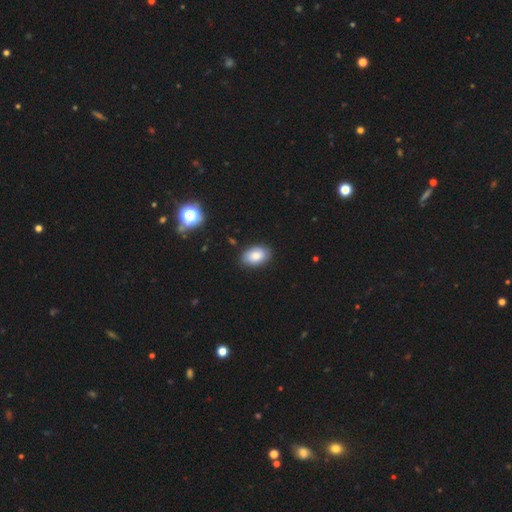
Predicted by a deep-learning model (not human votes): Smooth or featured? Predicted: smooth (p=0.80). How rounded? Predicted: in between (p=0.87). Merging? Predicted: none (p=0.84).